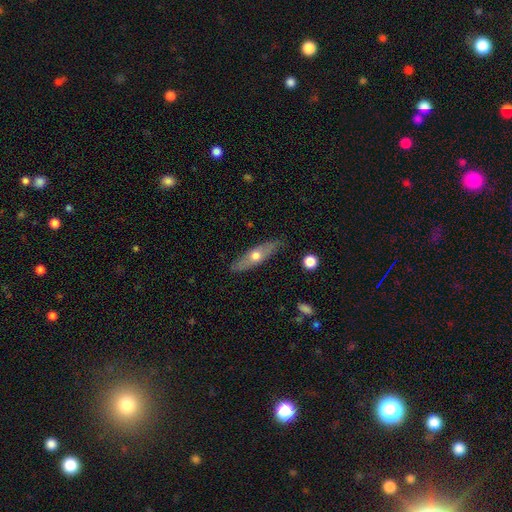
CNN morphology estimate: smooth-or-featured: featured or disk: 48% | smooth: 46% | star or artifact: 6%
  merging: none: 82% | minor disturbance: 14% | major disturbance: 3% | merger: 1%